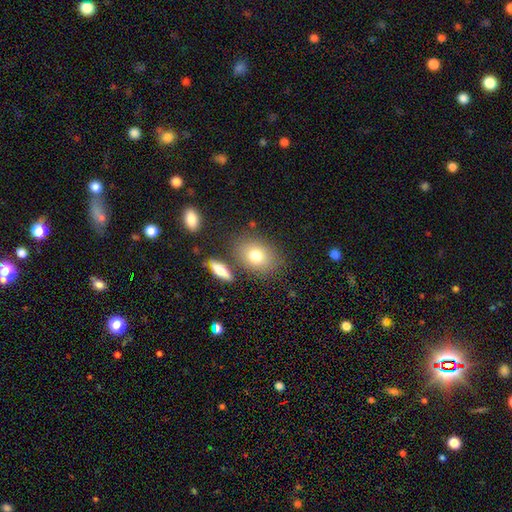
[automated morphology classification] The model was most divided on "how rounded": in between: 68%, round: 31%, cigar-shaped: 2%. More confident: smooth or featured — smooth (77%); merging — none (75%).